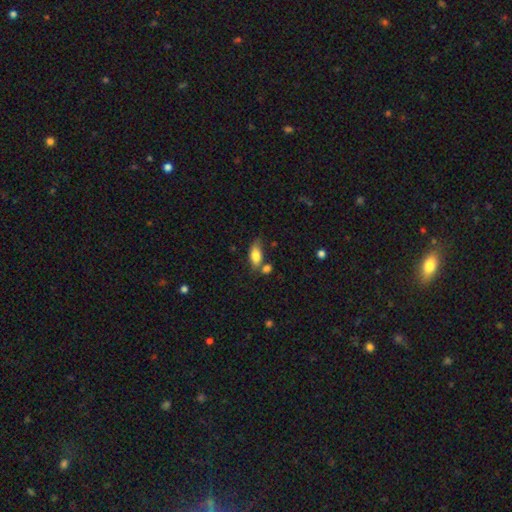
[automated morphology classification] A smooth galaxy with no disk features (78%) that is in between round and cigar-shaped (85%).

Vote fractions:
- Smooth or featured? smooth: 78% / featured or disk: 14% / star or artifact: 7%
- How rounded? in between: 85% / cigar-shaped: 11% / round: 4%
- Merging? none: 53% / minor disturbance: 22% / merger: 17% / major disturbance: 7%